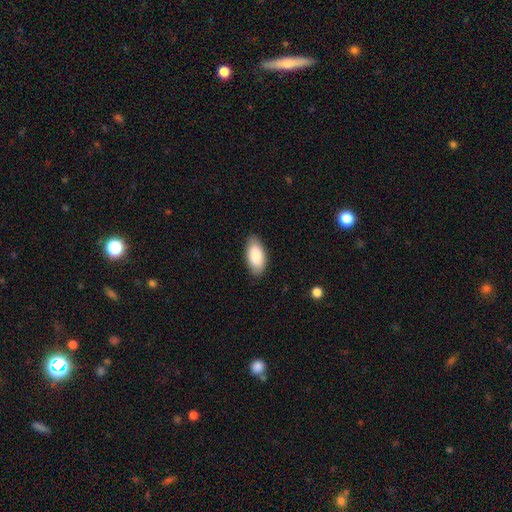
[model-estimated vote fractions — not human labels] Overall: smooth (86%). How rounded: in between (93%). Merging: none (86%).